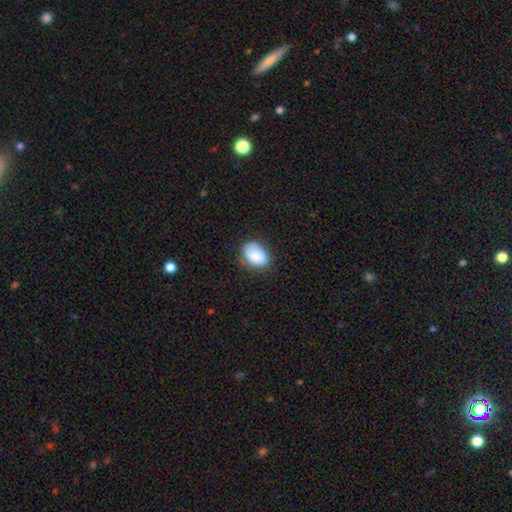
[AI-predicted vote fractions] Morphology: type=smooth (85%); roundness=in between (83%); merging=none (68%).